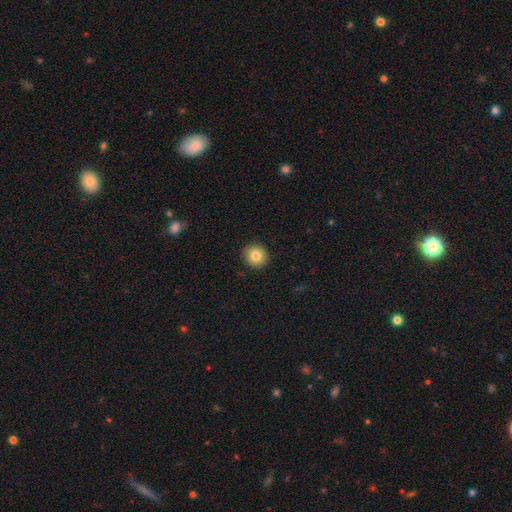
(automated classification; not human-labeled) smooth-or-featured: smooth: 83% | star or artifact: 9% | featured or disk: 7%
  how-rounded: round: 91% | in between: 8% | cigar-shaped: 1%
  merging: none: 92% | minor disturbance: 5% | major disturbance: 2% | merger: 1%